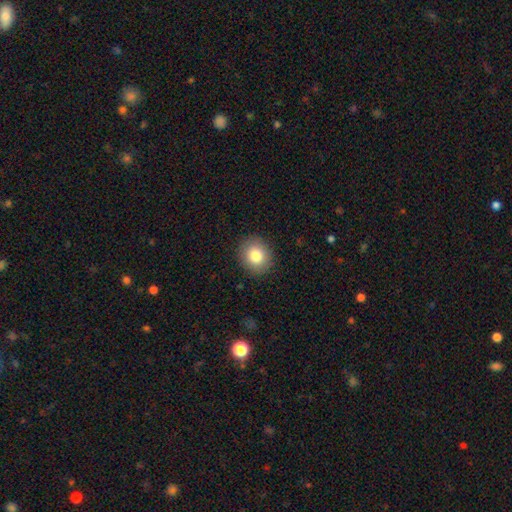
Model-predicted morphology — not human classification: smooth 83%, star or artifact 9%, featured or disk 8%. Down the decision tree: how rounded — round (76%); merging — none (90%).